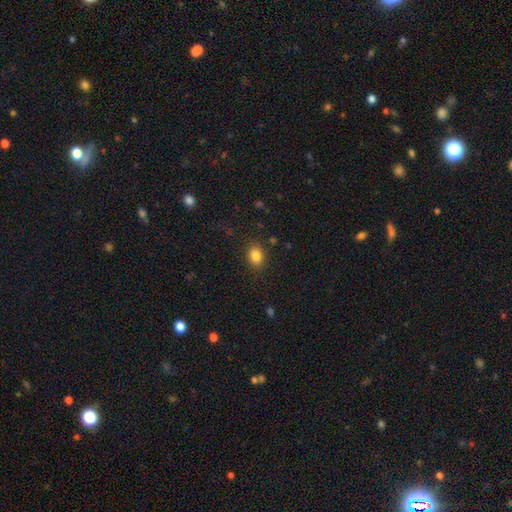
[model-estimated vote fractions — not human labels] This is clearly a smooth galaxy (84%). How rounded: likely in between (64%). Merging: clearly none (85%).